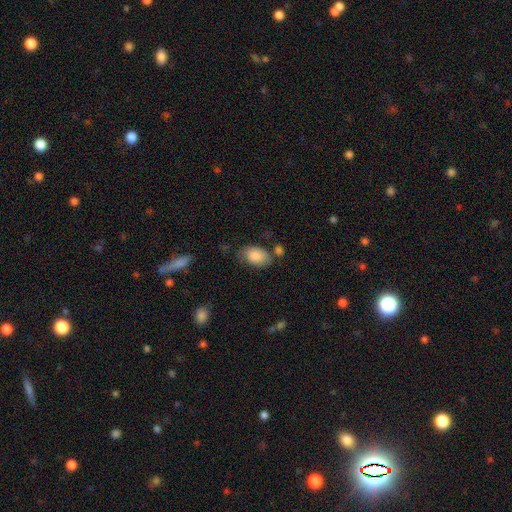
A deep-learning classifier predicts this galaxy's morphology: Smooth or featured? smooth (85%)
How rounded? in between (90%)
Merging? none (60%)